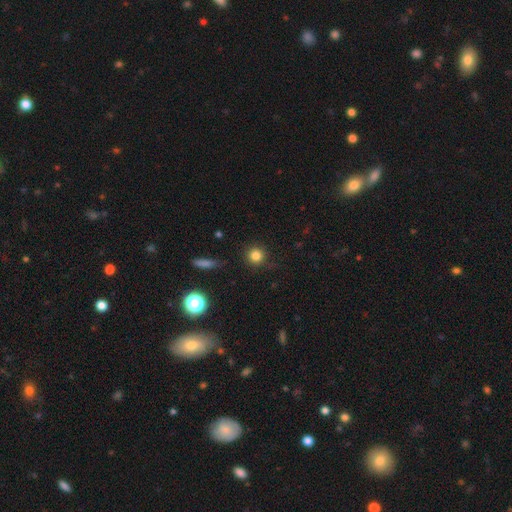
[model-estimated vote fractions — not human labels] smooth 82%, star or artifact 13%, featured or disk 5%. Down the decision tree: how rounded — round (94%); merging — none (87%).